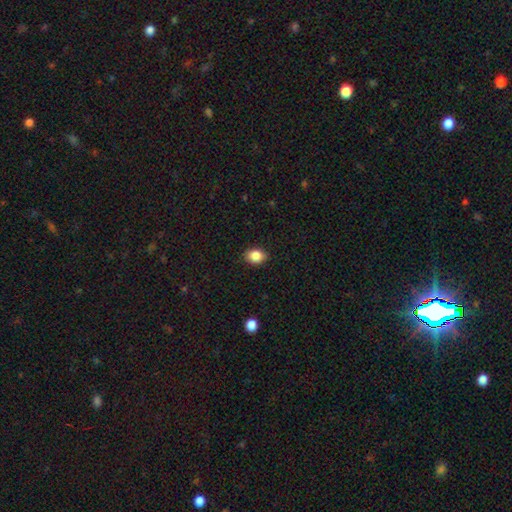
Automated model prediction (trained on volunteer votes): Smooth or featured: smooth — 87% (star or artifact — 9%)
How rounded: in between — 60% (round — 39%)
Merging: none — 87% (minor disturbance — 9%)